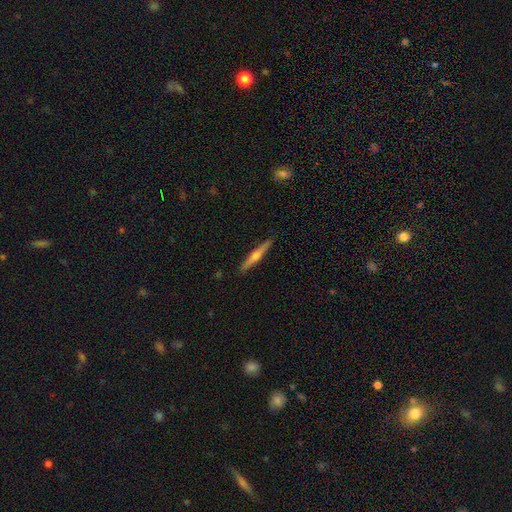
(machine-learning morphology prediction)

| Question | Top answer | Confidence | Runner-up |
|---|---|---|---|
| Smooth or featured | featured or disk | 64% | smooth (30%) |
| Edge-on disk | yes | 97% | no (3%) |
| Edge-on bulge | rounded | 87% | none (9%) |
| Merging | none | 91% | minor disturbance (7%) |